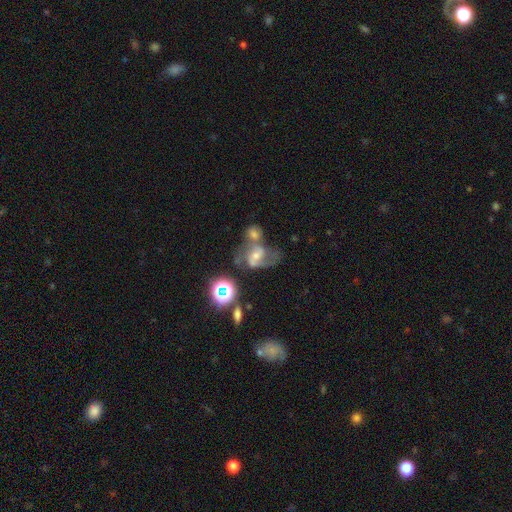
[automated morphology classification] Overall: featured or disk (64%). Edge-on disk: no (96%). Bar: weak (41%, tied with no). Spiral arms: yes (86%). Spiral arm count: 2 (73%). Spiral winding: medium (47%; loose 35%). Bulge size: moderate (46%; small 43%). Merging: merger (44%; none 29%).